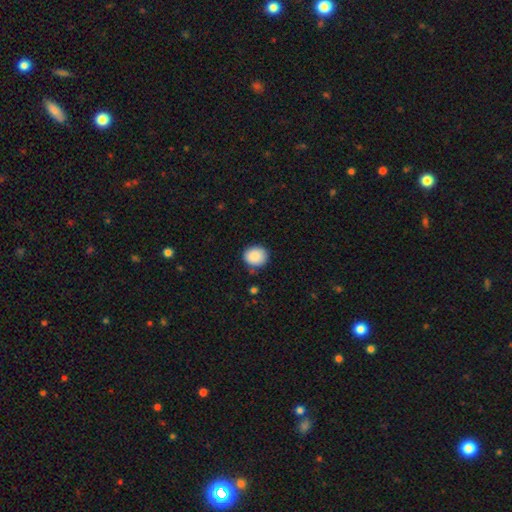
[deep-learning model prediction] A smooth galaxy with no disk features (88%) that is round (76%). Merging: none (84%).